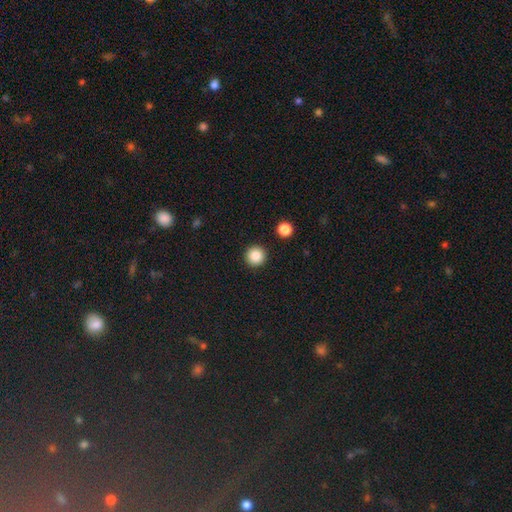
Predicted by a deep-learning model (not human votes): Q: Smooth or featured?
A: smooth (86%); runner-up: star or artifact (10%)
Q: How rounded?
A: round (96%); runner-up: in between (3%)
Q: Merging?
A: none (93%); runner-up: minor disturbance (4%)